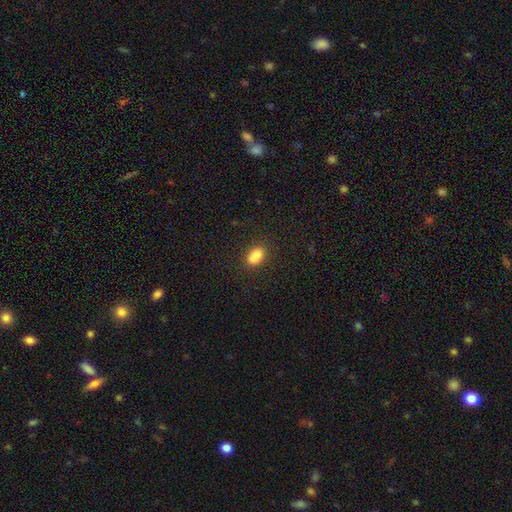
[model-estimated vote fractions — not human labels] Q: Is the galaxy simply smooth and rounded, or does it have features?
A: smooth — 76%.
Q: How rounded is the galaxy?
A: in between — 68%.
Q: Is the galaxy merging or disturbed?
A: none — 44%.